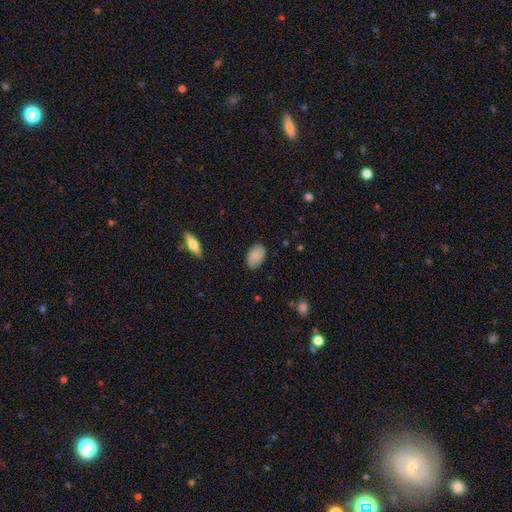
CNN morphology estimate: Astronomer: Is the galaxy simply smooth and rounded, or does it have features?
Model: smooth — 87%.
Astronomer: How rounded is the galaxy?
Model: in between — 91%.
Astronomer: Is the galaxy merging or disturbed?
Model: none — 85%.